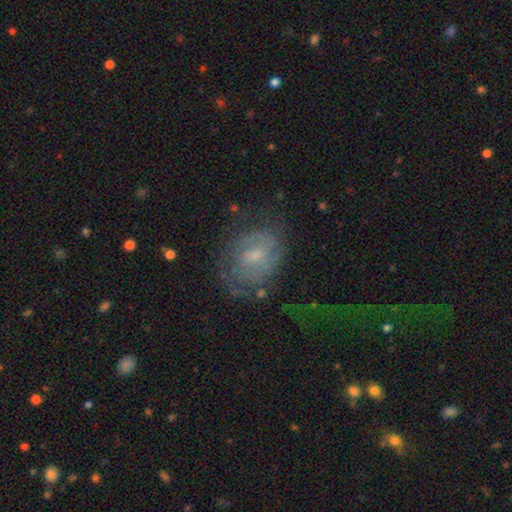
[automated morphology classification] The model was most divided on "bar": weak: 48%, no: 43%, strong: 9%. Remaining: edge-on disk — no (97%); spiral arms — yes (78%); smooth or featured — featured or disk (67%); bulge size — small (63%); merging — none (55%); spiral winding — tight (47%); spiral arm count — can't tell (43%).